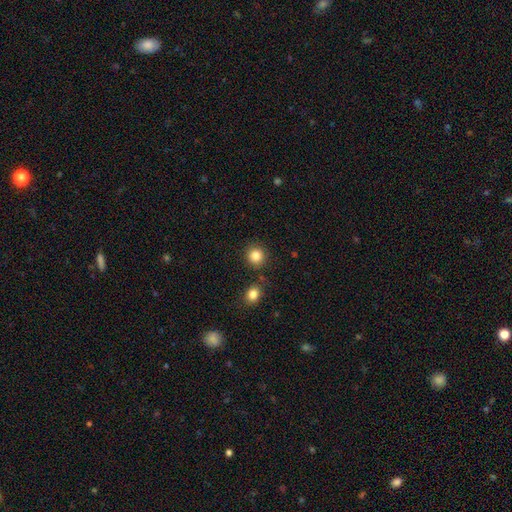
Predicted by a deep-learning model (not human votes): Smooth or featured?
  - smooth: 85% *
  - star or artifact: 10%
  - featured or disk: 5%
How rounded?
  - round: 90% *
  - in between: 9%
  - cigar-shaped: 1%
Merging?
  - none: 85% *
  - minor disturbance: 8%
  - merger: 5%
  - major disturbance: 3%